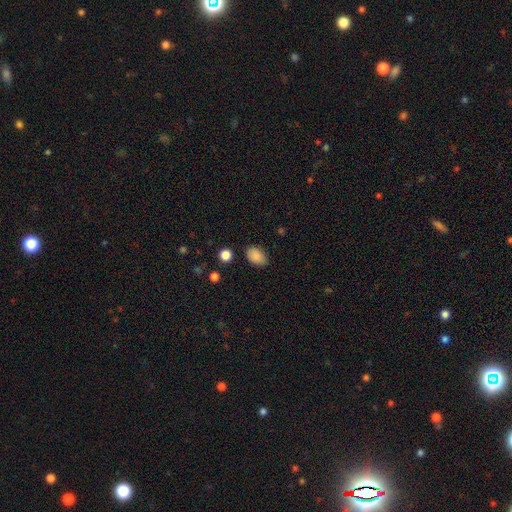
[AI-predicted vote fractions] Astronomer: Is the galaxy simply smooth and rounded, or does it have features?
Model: smooth — 88%.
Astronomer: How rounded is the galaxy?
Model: in between — 87%.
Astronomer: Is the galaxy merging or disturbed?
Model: none — 81%.